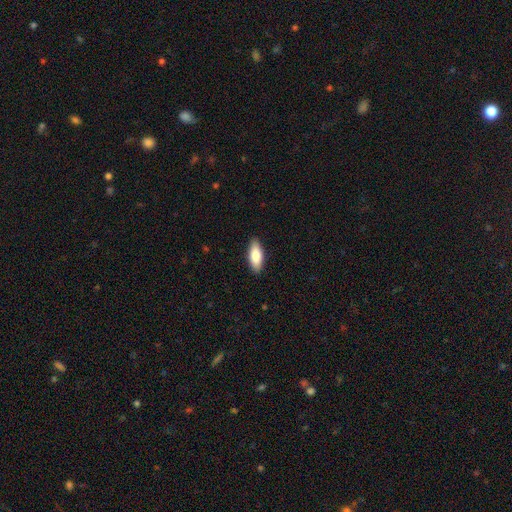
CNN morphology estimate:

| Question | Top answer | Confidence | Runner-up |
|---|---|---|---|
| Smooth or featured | smooth | 83% | featured or disk (12%) |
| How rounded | in between | 79% | cigar-shaped (19%) |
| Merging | none | 89% | minor disturbance (8%) |